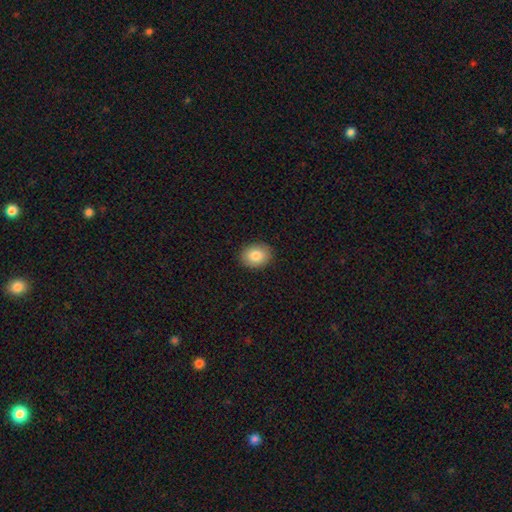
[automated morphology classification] Smooth or featured? Predicted: smooth (p=0.84). How rounded? Predicted: in between (p=0.53). Merging? Predicted: none (p=0.90).